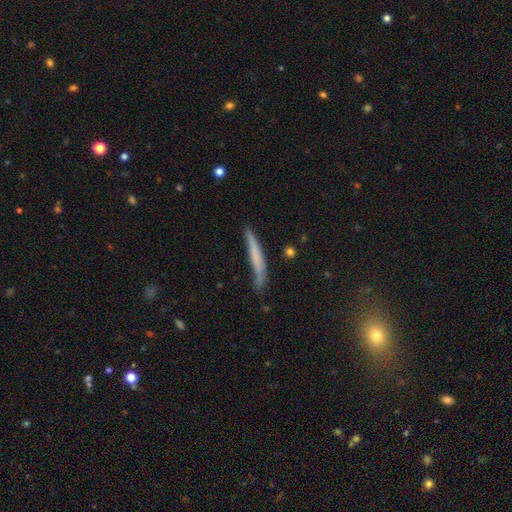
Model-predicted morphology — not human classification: Smooth or featured: smooth — 61% (featured or disk — 32%)
How rounded: cigar-shaped — 96% (in between — 3%)
Merging: none — 67% (minor disturbance — 24%)